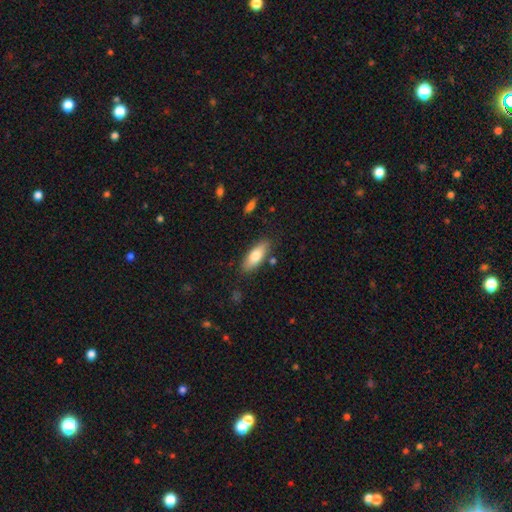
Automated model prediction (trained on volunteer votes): Smooth or featured? Predicted: smooth (p=0.75). How rounded? Predicted: in between (p=0.71). Merging? Predicted: none (p=0.82).